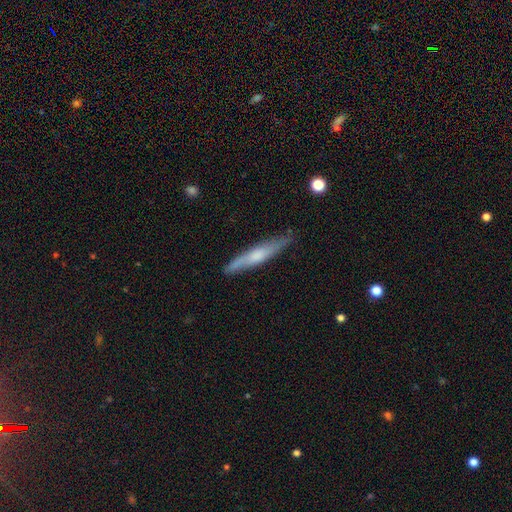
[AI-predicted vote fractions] Smooth or featured? featured or disk (50%)
Edge-on disk? yes (89%)
Merging? none (82%)